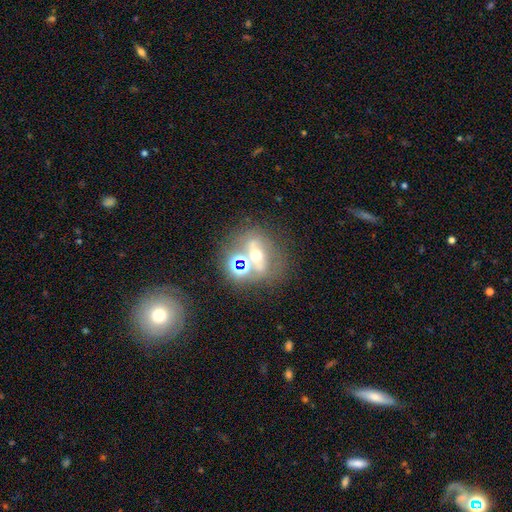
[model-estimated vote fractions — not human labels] Smooth or featured? Predicted: featured or disk (p=0.40). Merging? Predicted: none (p=0.52).